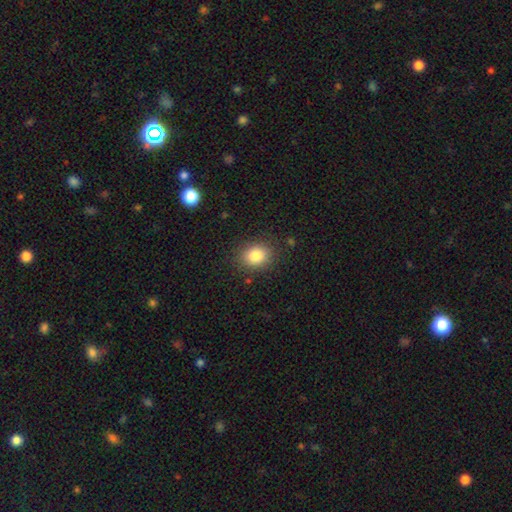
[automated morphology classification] Smooth or featured: smooth — 83% (star or artifact — 10%)
How rounded: round — 55% (in between — 44%)
Merging: none — 86% (minor disturbance — 9%)